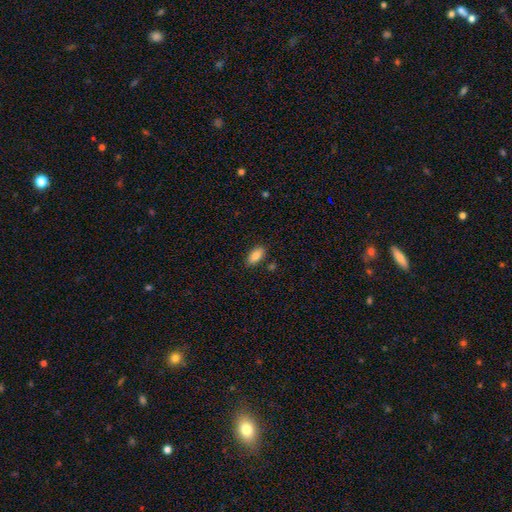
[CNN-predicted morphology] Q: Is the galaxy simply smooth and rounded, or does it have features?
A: smooth — 86%.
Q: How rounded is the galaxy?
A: in between — 90%.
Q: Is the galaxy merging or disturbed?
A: none — 84%.